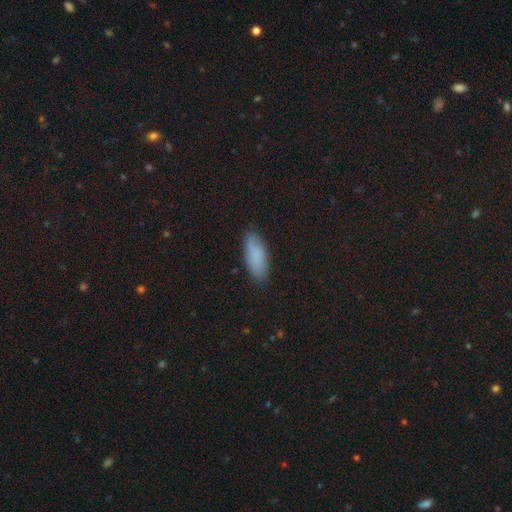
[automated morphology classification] smooth_or_featured: smooth (p=0.82) [alt: featured or disk p=0.10]
how_rounded: in between (p=0.76) [alt: cigar-shaped p=0.22]
merging: none (p=0.82) [alt: minor disturbance p=0.14]